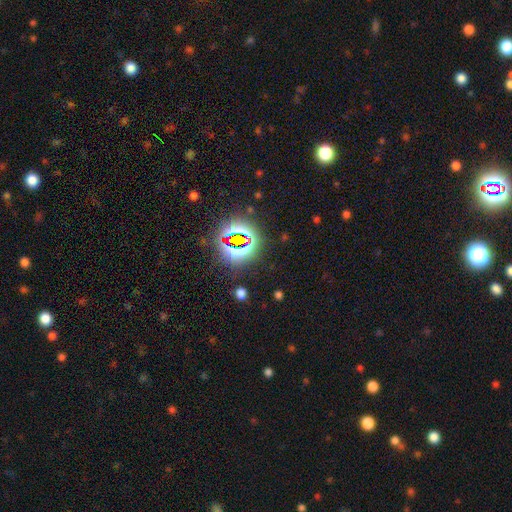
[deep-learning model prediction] Smooth or featured?
  - star or artifact: 77% *
  - smooth: 15%
  - featured or disk: 8%